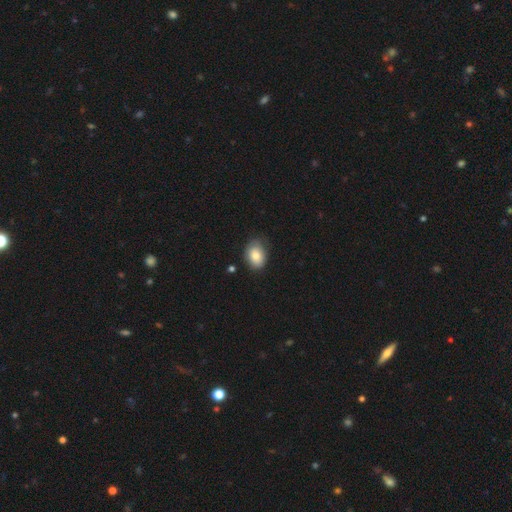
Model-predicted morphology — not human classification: type=smooth (77%); roundness=in between (71%); merging=none (70%).